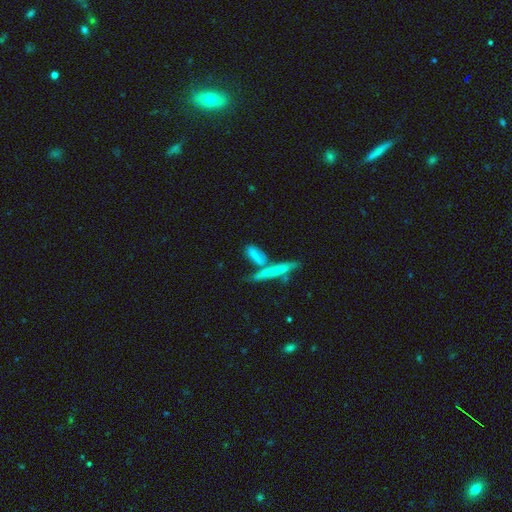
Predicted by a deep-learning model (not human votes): Smooth or featured? smooth (63%)
How rounded? cigar-shaped (59%)
Merging? merger (40%)